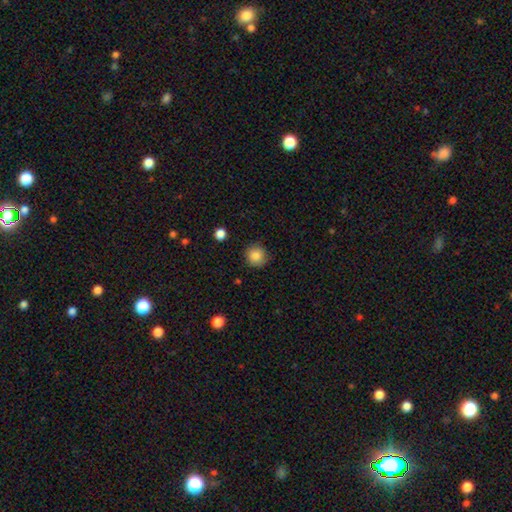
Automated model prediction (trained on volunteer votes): smooth 86%, star or artifact 10%, featured or disk 5%. Down the decision tree: how rounded — round (93%); merging — none (87%).